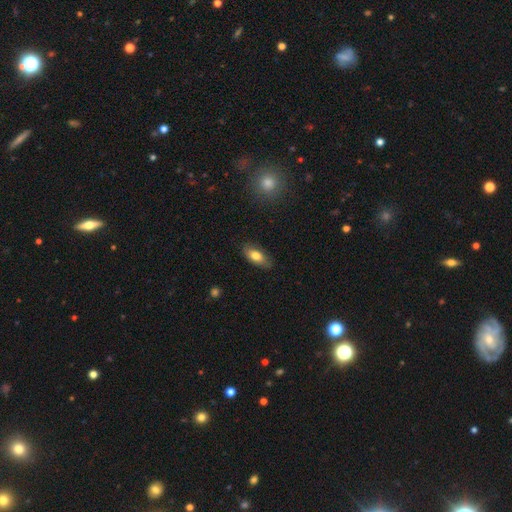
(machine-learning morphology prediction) This is likely a smooth galaxy (76%). How rounded: clearly in between (87%). Merging: clearly none (81%).